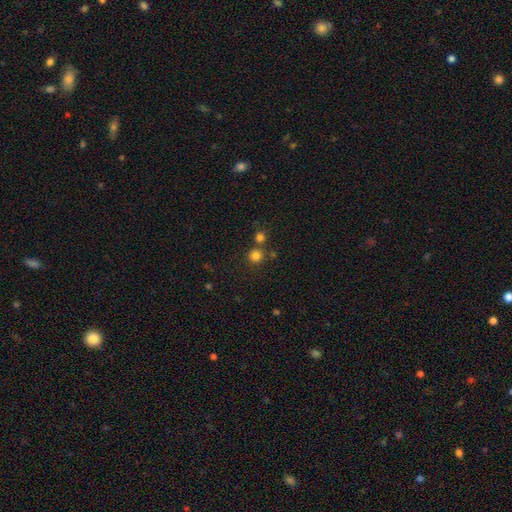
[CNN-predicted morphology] The model was most divided on "merging": none: 74%, merger: 17%, minor disturbance: 6%, major disturbance: 3%. More confident: how rounded — round (93%); smooth or featured — smooth (80%).